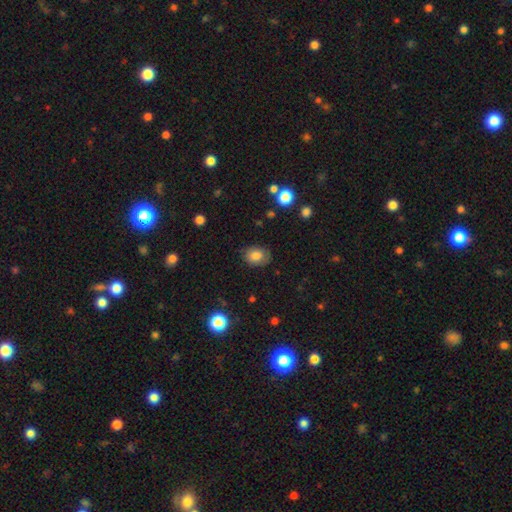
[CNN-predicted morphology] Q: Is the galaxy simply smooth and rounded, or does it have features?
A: smooth — 81%.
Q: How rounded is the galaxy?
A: in between — 58%.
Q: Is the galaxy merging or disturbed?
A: none — 79%.